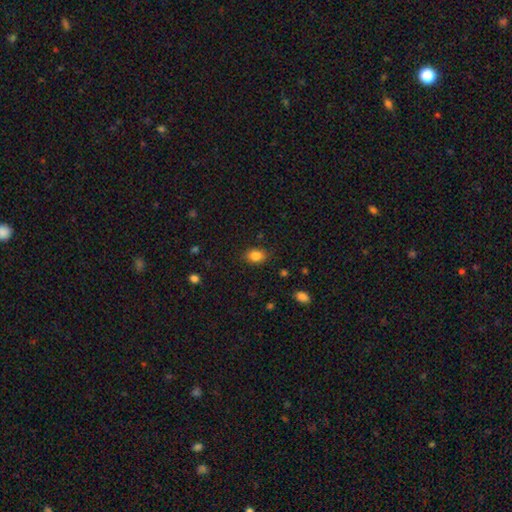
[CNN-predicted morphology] Smooth or featured? smooth (85%)
How rounded? in between (68%)
Merging? none (85%)